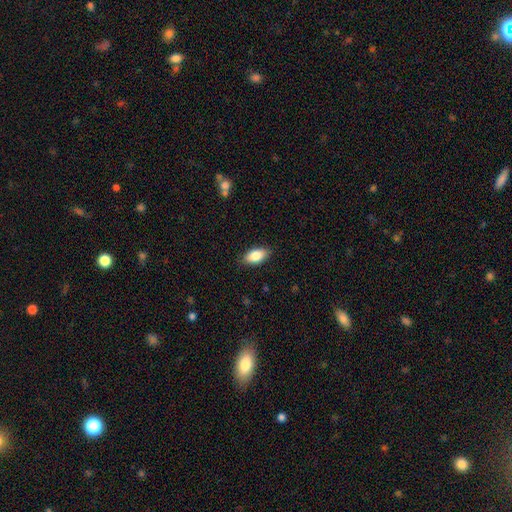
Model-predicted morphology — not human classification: smooth_or_featured: smooth (p=0.84) [alt: featured or disk p=0.09]
how_rounded: in between (p=0.91) [alt: cigar-shaped p=0.05]
merging: none (p=0.86) [alt: minor disturbance p=0.11]